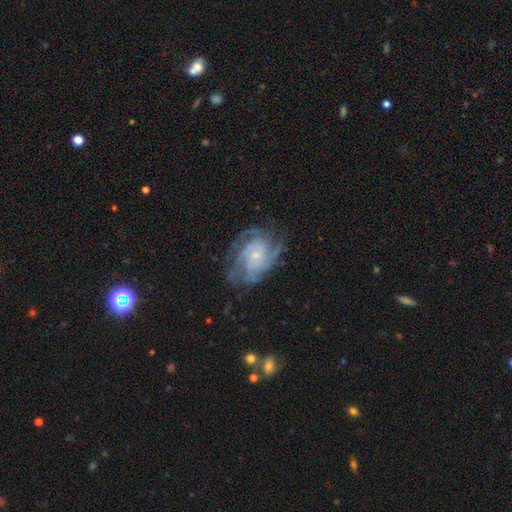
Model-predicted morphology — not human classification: This appears to be a featured or disk galaxy (82%) with no bar (76%), 4 (28%, tied with can't tell) tight (53%) spiral arms (95%) and a small central bulge (76%). Merging: none (67%).